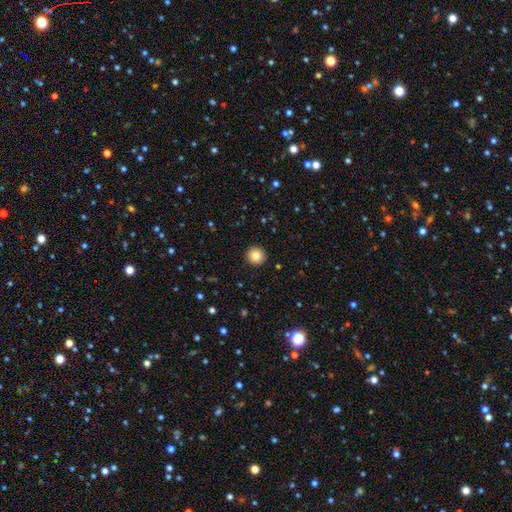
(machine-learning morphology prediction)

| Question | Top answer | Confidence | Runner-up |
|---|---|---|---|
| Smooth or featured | smooth | 83% | star or artifact (10%) |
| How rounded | round | 96% | in between (3%) |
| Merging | none | 93% | minor disturbance (4%) |